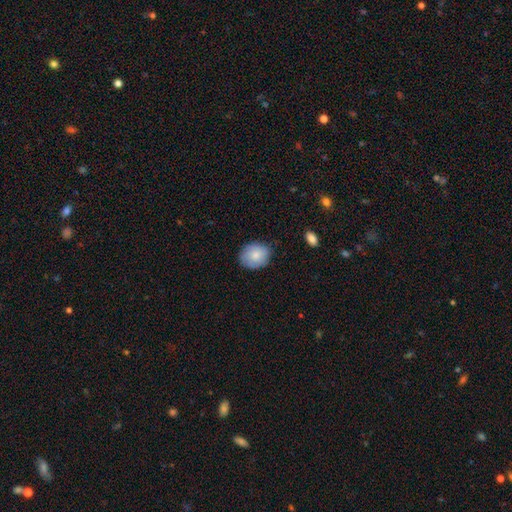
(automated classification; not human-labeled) Smooth or featured? smooth (81%)
How rounded? round (60%)
Merging? none (79%)